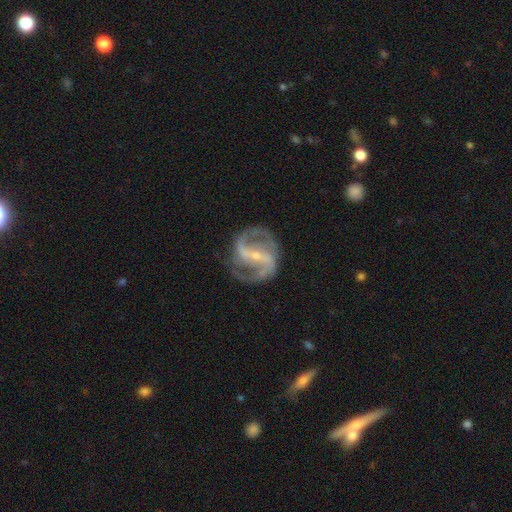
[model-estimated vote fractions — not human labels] This is clearly a featured or disk galaxy (91%). It is clearly not viewed edge-on (97%). Bar: likely strong (66%). Spiral arm pattern: clearly yes (97%). Spiral arm count: clearly 2 (87%). Spiral winding: possibly medium (55%). Central bulge: likely small (75%). Merging: likely none (76%).